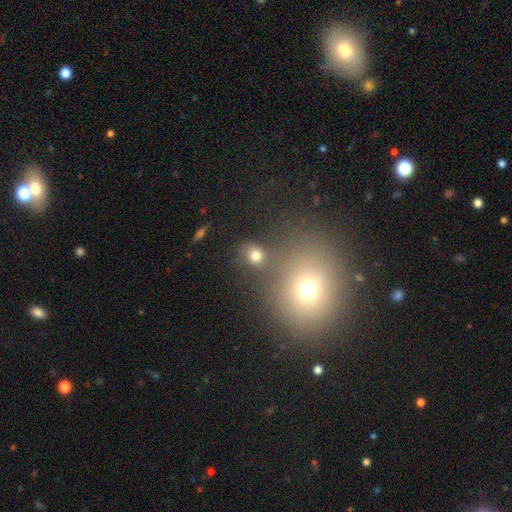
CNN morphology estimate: smooth_or_featured: smooth (p=0.75) [alt: star or artifact p=0.16]
how_rounded: round (p=0.70) [alt: in between p=0.29]
merging: none (p=0.71) [alt: merger p=0.15]